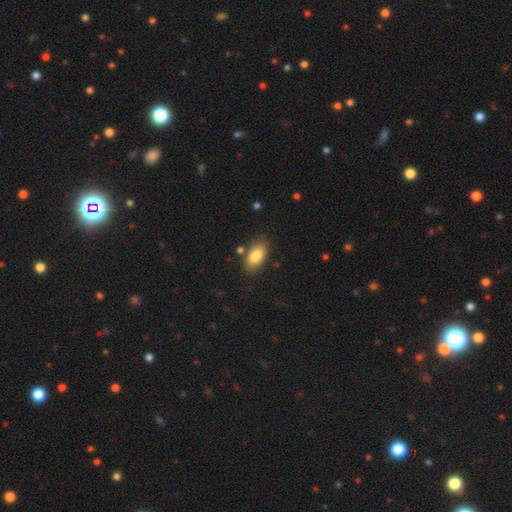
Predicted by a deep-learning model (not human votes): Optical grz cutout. It shows a smooth galaxy with no disk features (83%) that is in between round and cigar-shaped (92%). Merging: none (81%).